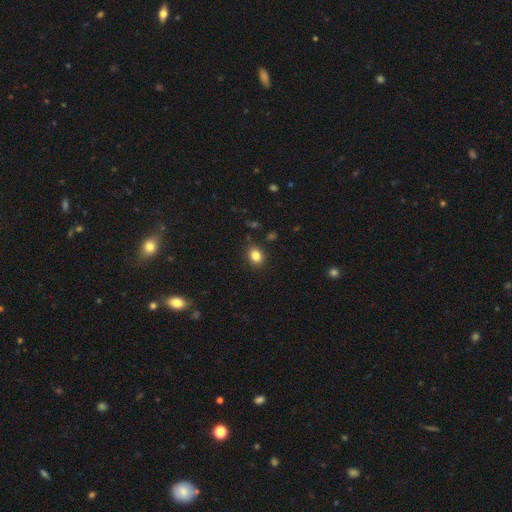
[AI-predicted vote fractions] A smooth galaxy with no disk features (83%) that is in between round and cigar-shaped (54%).

Vote fractions:
- Smooth or featured? smooth: 83% / star or artifact: 10% / featured or disk: 6%
- How rounded? in between: 54% / round: 45% / cigar-shaped: 1%
- Merging? none: 87% / minor disturbance: 9% / major disturbance: 2% / merger: 1%